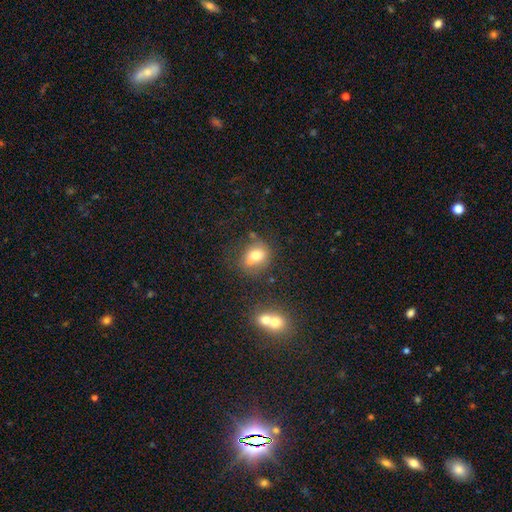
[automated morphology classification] The model was most divided on "how rounded": round: 58%, in between: 41%, cigar-shaped: 1%. Remaining: smooth or featured — smooth (72%); merging — none (49%).